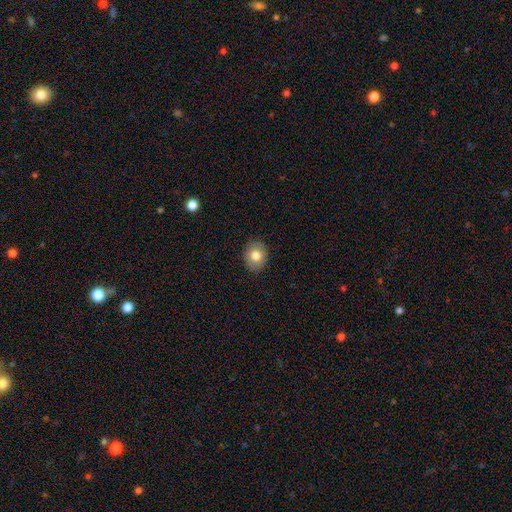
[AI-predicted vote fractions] smooth 80%, featured or disk 11%, star or artifact 8%. Down the decision tree: how rounded — round (67%); merging — none (89%).